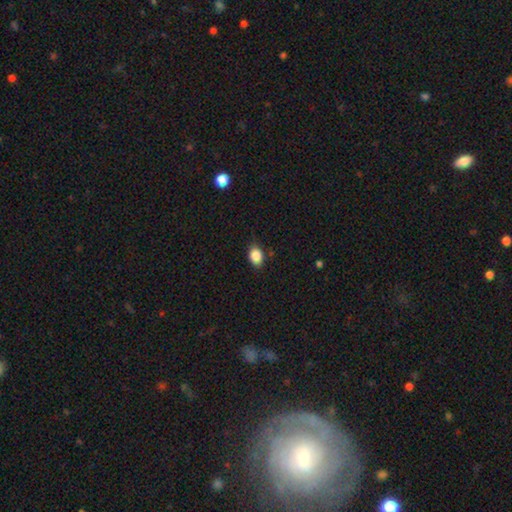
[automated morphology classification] This appears to be a smooth galaxy with no disk features (87%) that is in between round and cigar-shaped (73%). Merging: none (78%).